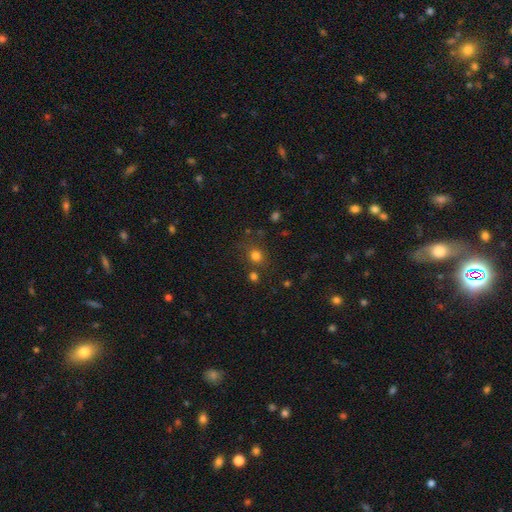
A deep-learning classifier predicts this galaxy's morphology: A smooth galaxy with no disk features (77%) that is round (82%). Merging: none (73%).